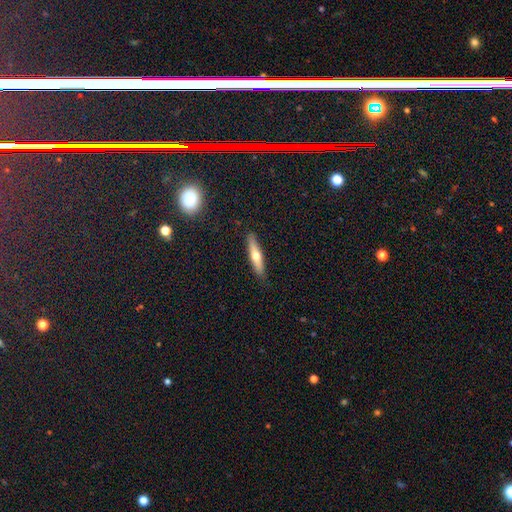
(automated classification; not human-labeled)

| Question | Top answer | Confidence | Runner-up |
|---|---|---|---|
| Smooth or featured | smooth | 51% | featured or disk (43%) |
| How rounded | cigar-shaped | 82% | in between (16%) |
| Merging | none | 89% | minor disturbance (9%) |